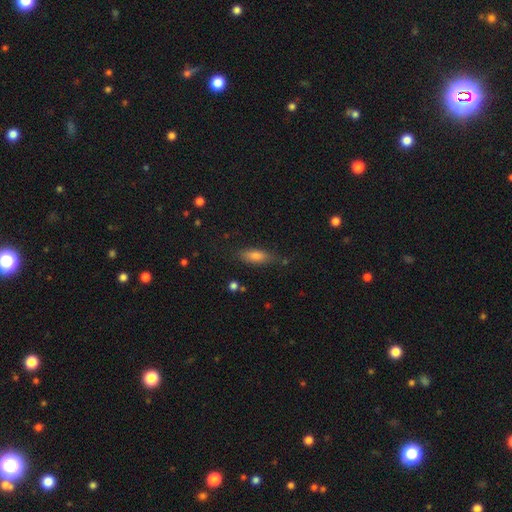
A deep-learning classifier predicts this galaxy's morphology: Smooth or featured?
  - smooth: 75% *
  - featured or disk: 16%
  - star or artifact: 9%
How rounded?
  - in between: 66% *
  - cigar-shaped: 31%
  - round: 3%
Merging?
  - none: 77% *
  - minor disturbance: 16%
  - major disturbance: 5%
  - merger: 2%